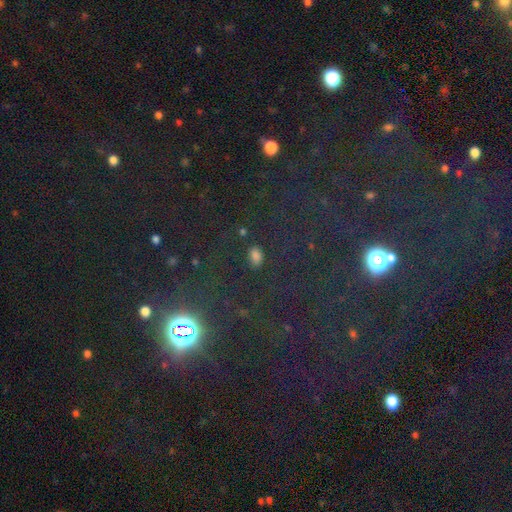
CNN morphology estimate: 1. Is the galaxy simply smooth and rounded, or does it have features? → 62% smooth, 32% star or artifact, 6% featured or disk.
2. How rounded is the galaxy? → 81% in between, 17% round, 3% cigar-shaped.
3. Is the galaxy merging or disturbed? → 84% none, 10% minor disturbance, 4% major disturbance, 3% merger.